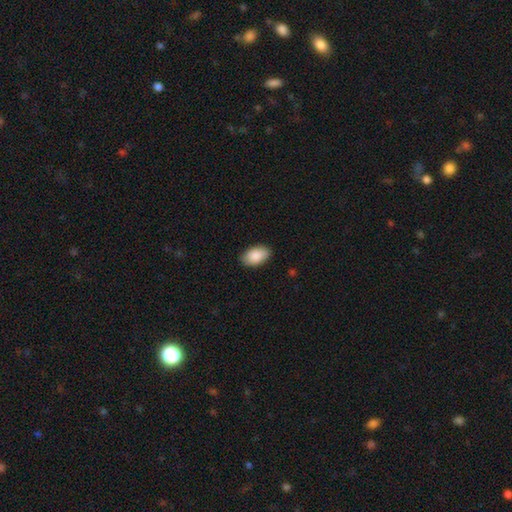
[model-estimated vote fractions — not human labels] smooth_or_featured: smooth (p=0.89) [alt: star or artifact p=0.06]
how_rounded: in between (p=0.94) [alt: round p=0.04]
merging: none (p=0.88) [alt: minor disturbance p=0.09]